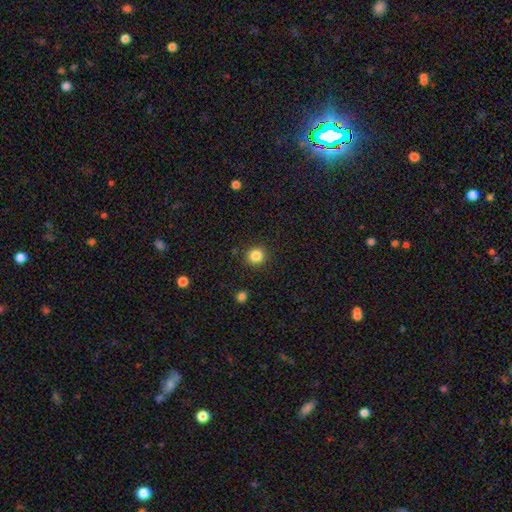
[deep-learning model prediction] smooth 86%, star or artifact 11%, featured or disk 4%. Down the decision tree: how rounded — round (90%); merging — none (90%).